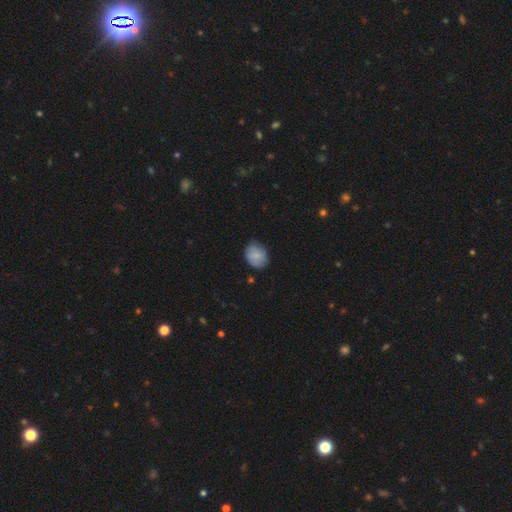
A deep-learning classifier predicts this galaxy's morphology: Q: Smooth or featured?
A: smooth (82%); runner-up: featured or disk (11%)
Q: How rounded?
A: round (56%); runner-up: in between (43%)
Q: Merging?
A: none (77%); runner-up: minor disturbance (19%)